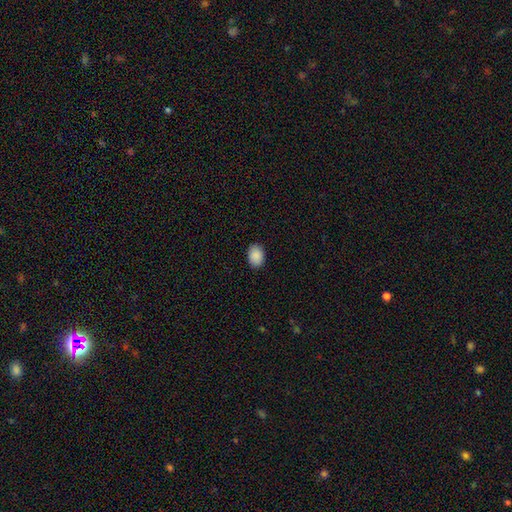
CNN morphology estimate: smooth 90%, star or artifact 7%, featured or disk 3%. Down the decision tree: how rounded — in between (77%); merging — none (89%).